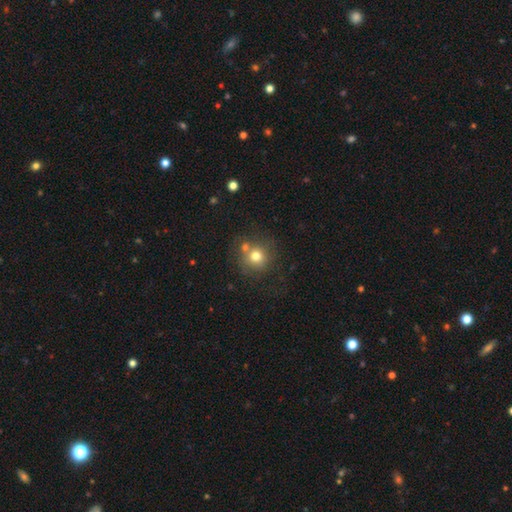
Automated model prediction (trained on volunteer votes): smooth-or-featured: smooth: 74% | star or artifact: 13% | featured or disk: 13%
  how-rounded: round: 90% | in between: 9% | cigar-shaped: 1%
  merging: none: 62% | merger: 21% | minor disturbance: 12% | major disturbance: 5%